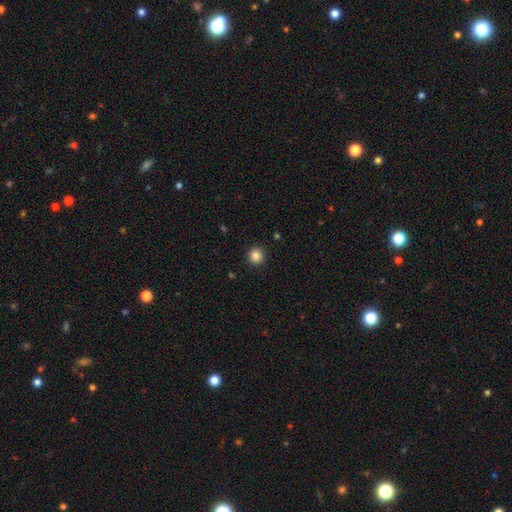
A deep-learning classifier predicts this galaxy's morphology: A smooth galaxy with no disk features (86%) that is round (94%). Merging: none (92%).